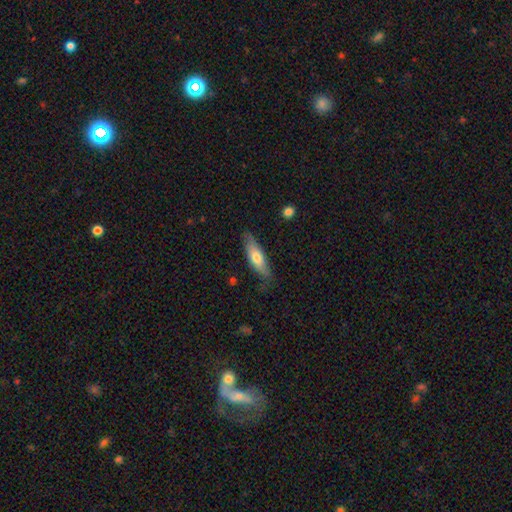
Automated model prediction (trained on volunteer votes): Overall: smooth (61%; featured or disk 33%). How rounded: cigar-shaped (60%; in between 38%). Merging: none (79%).